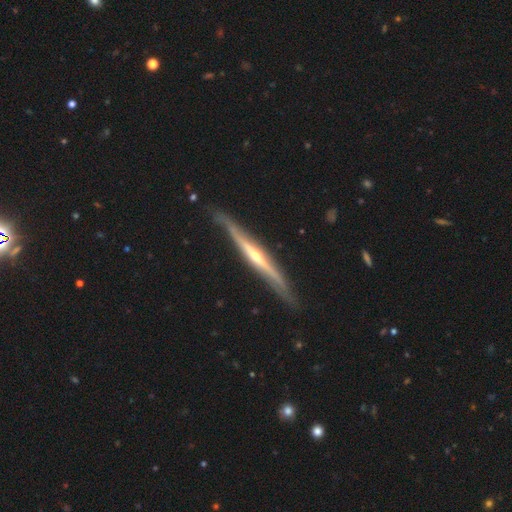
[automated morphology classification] This appears to be a featured or disk galaxy (82%) viewed edge-on (96%) with a rounded central bulge (76%). Merging: none (82%).